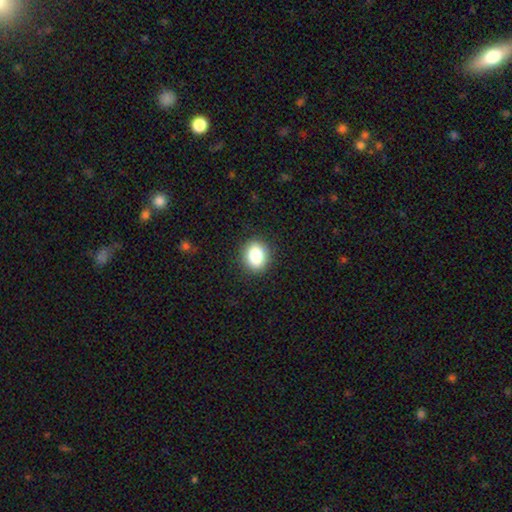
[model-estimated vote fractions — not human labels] Smooth or featured? smooth (84%)
How rounded? round (58%)
Merging? none (89%)